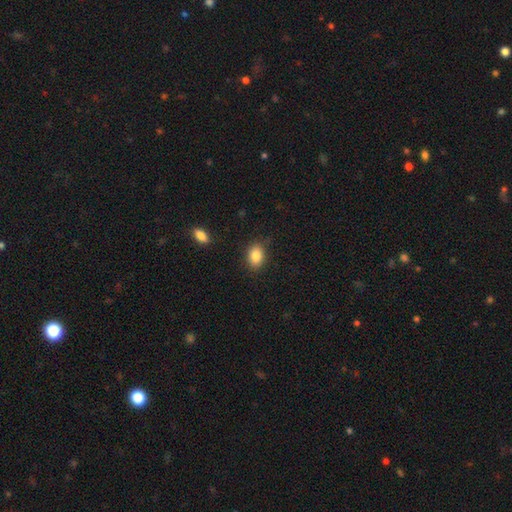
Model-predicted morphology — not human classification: The model was most divided on "how rounded": in between: 79%, round: 20%, cigar-shaped: 1%. More confident: smooth or featured — smooth (85%); merging — none (84%).